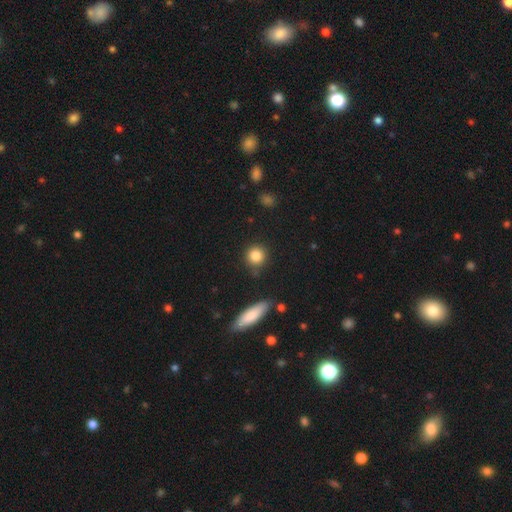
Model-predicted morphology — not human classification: smooth-or-featured: smooth: 85% | star or artifact: 9% | featured or disk: 6%
  how-rounded: round: 89% | in between: 9% | cigar-shaped: 2%
  merging: none: 83% | minor disturbance: 10% | merger: 4% | major disturbance: 3%